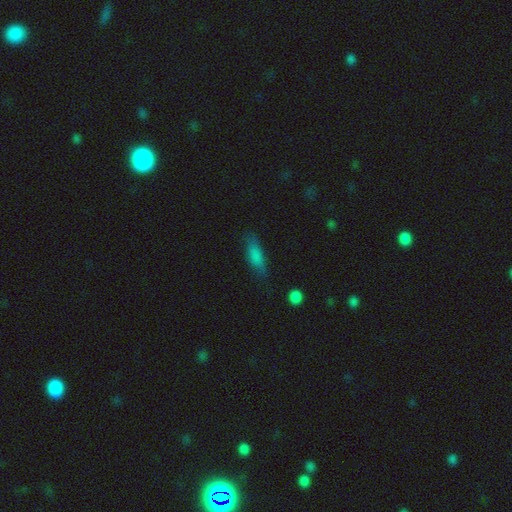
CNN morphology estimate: The model was most divided on "how rounded": in between: 57%, cigar-shaped: 40%, round: 3%. More confident: smooth or featured — smooth (80%); merging — none (73%).